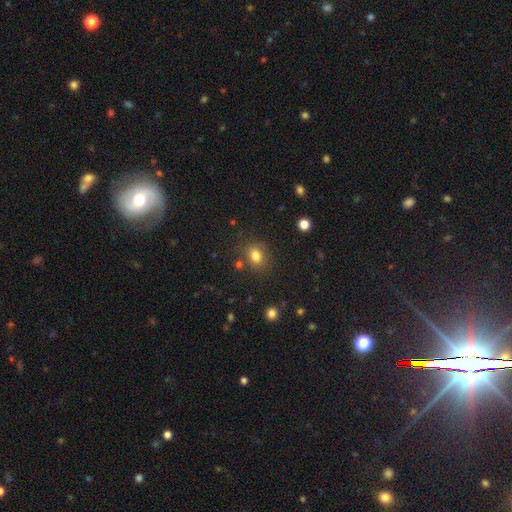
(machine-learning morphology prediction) A smooth galaxy with no disk features (80%) that is round (57%).

Vote fractions:
- Smooth or featured? smooth: 80% / star or artifact: 13% / featured or disk: 7%
- How rounded? round: 57% / in between: 42% / cigar-shaped: 1%
- Merging? none: 76% / minor disturbance: 13% / merger: 6% / major disturbance: 4%